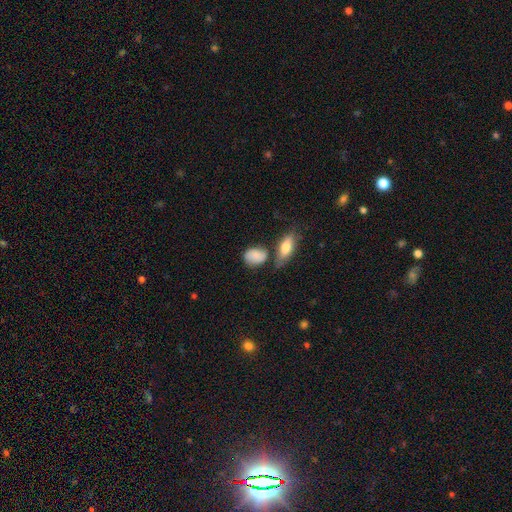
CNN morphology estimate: A smooth galaxy with no disk features (79%) that is in between round and cigar-shaped (73%). Merging: none (54%).